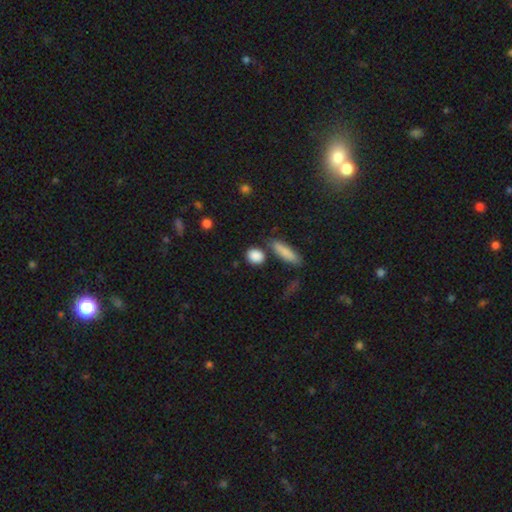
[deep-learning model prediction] The model was most divided on "how rounded": round: 62%, in between: 31%, cigar-shaped: 7%. More confident: smooth or featured — smooth (87%); merging — none (76%).